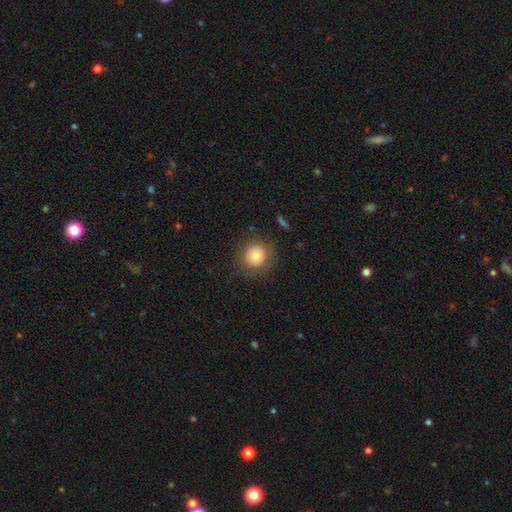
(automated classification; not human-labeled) This appears to be a smooth galaxy with no disk features (79%) that is round (90%). Merging: none (82%).